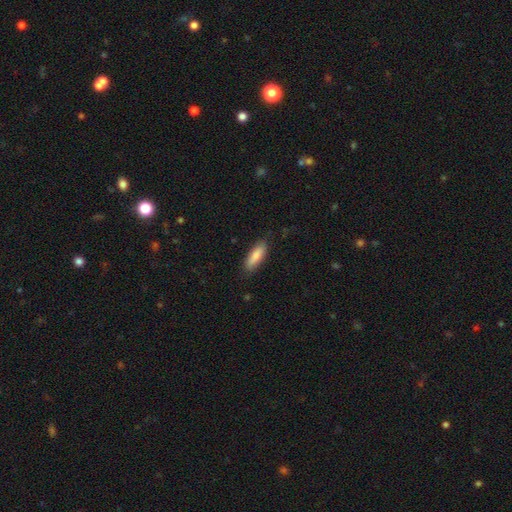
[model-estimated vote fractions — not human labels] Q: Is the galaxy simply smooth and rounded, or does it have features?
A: smooth — 85%.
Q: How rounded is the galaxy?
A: in between — 55%.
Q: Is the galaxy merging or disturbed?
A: none — 82%.